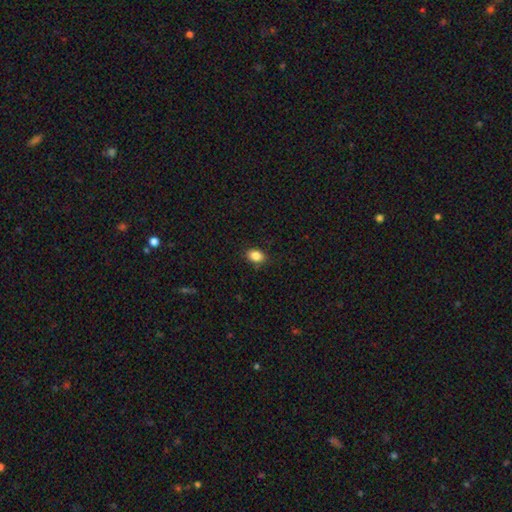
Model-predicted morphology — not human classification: This is clearly a smooth galaxy (86%). How rounded: likely in between (72%). Merging: clearly none (86%).